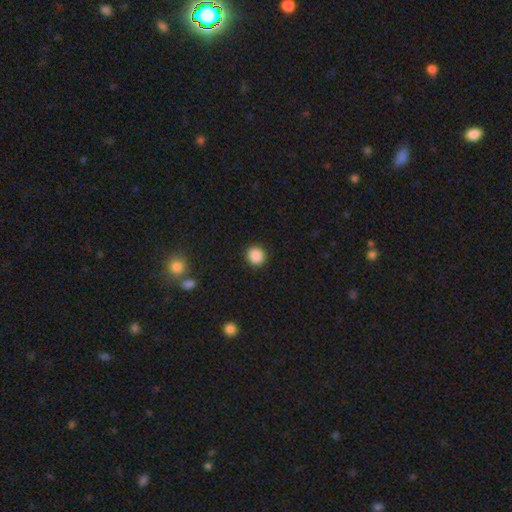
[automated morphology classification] smooth_or_featured: smooth (p=0.88) [alt: star or artifact p=0.09]
how_rounded: round (p=0.86) [alt: in between p=0.13]
merging: none (p=0.91) [alt: minor disturbance p=0.06]